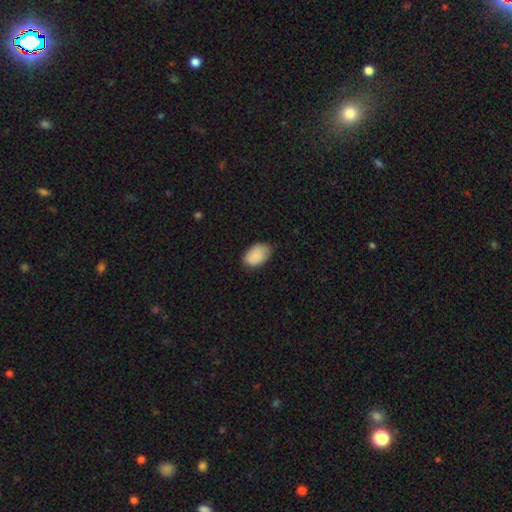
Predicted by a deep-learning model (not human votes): Q: Smooth or featured?
A: smooth (89%); runner-up: star or artifact (7%)
Q: How rounded?
A: in between (89%); runner-up: round (9%)
Q: Merging?
A: none (76%); runner-up: minor disturbance (20%)